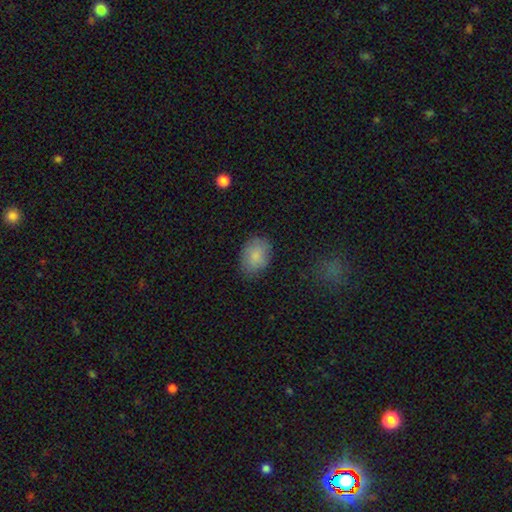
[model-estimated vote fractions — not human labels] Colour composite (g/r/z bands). It shows a smooth galaxy with no disk features (84%) that is in between round and cigar-shaped (72%). Merging: none (77%).